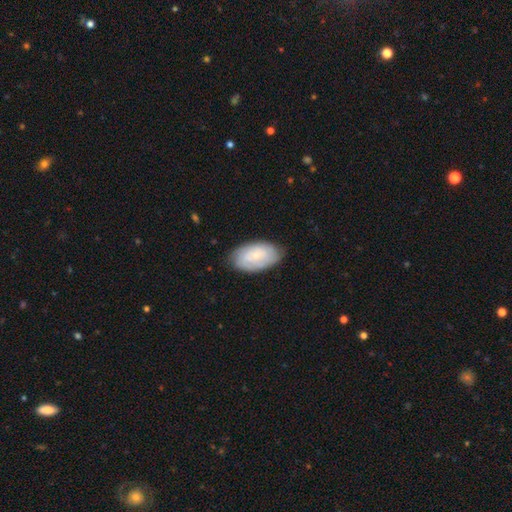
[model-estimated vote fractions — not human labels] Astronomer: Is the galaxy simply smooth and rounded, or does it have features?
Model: featured or disk — 49% (runner-up: smooth, 45%).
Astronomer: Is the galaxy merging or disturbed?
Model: none — 77%.